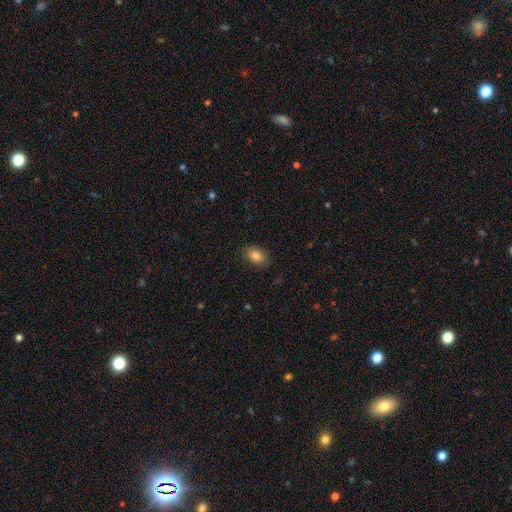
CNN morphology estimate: A smooth galaxy with no disk features (82%) that is in between round and cigar-shaped (83%). Merging: none (83%).